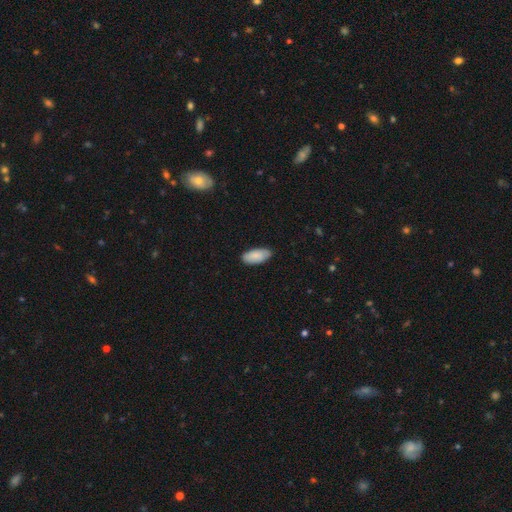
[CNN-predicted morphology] A smooth galaxy with no disk features (86%) that is in between round and cigar-shaped (91%).

Vote fractions:
- Smooth or featured? smooth: 86% / featured or disk: 8% / star or artifact: 6%
- How rounded? in between: 91% / cigar-shaped: 7% / round: 2%
- Merging? none: 83% / minor disturbance: 14% / major disturbance: 2% / merger: 1%